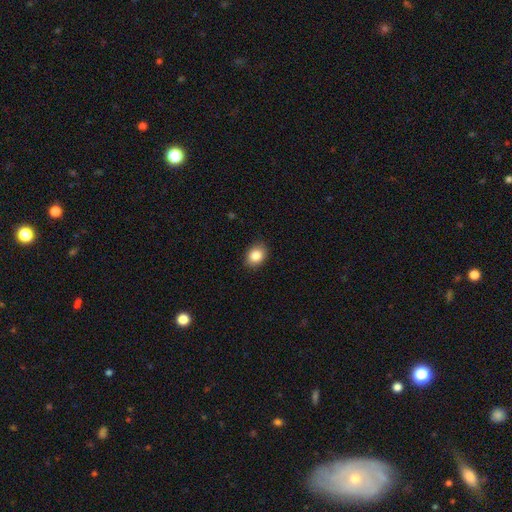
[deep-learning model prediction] Smooth or featured?
  - smooth: 86% *
  - star or artifact: 9%
  - featured or disk: 6%
How rounded?
  - in between: 61% *
  - round: 38%
  - cigar-shaped: 1%
Merging?
  - none: 88% *
  - minor disturbance: 9%
  - major disturbance: 2%
  - merger: 1%